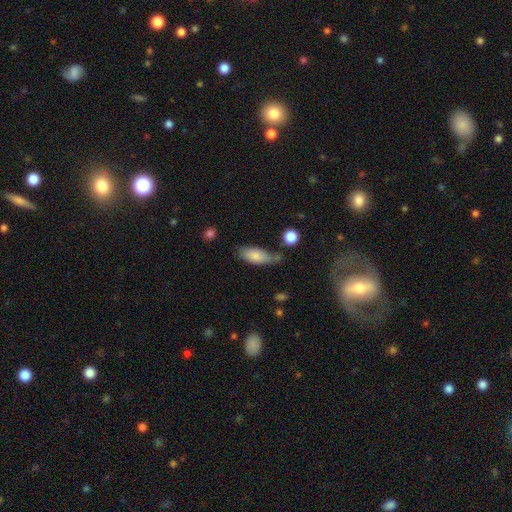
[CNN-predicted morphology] This is clearly a smooth galaxy (81%). How rounded: clearly in between (81%). Merging: possibly none (53%).